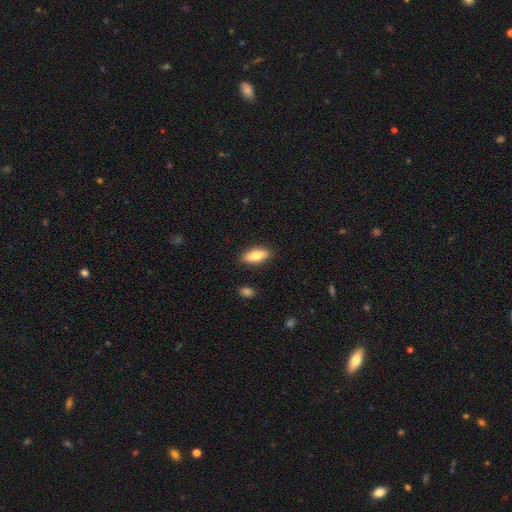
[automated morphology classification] This is likely a smooth galaxy (79%). How rounded: likely in between (74%). Merging: clearly none (89%).